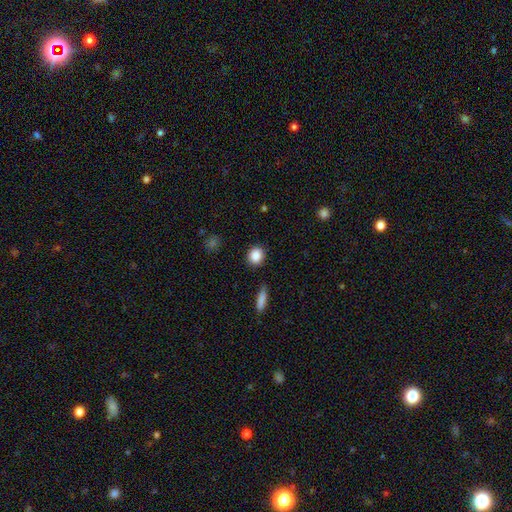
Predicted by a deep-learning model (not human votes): smooth-or-featured: smooth: 86% | star or artifact: 9% | featured or disk: 5%
  how-rounded: round: 79% | in between: 19% | cigar-shaped: 2%
  merging: none: 88% | minor disturbance: 8% | major disturbance: 2% | merger: 2%